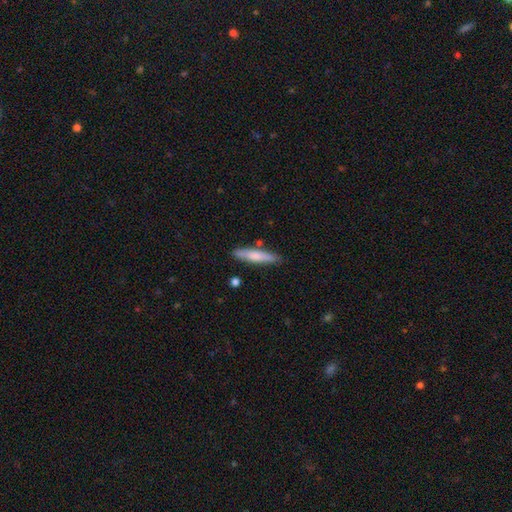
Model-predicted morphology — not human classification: smooth-or-featured: smooth: 70% | featured or disk: 25% | star or artifact: 5%
  how-rounded: cigar-shaped: 88% | in between: 11% | round: 1%
  merging: none: 83% | minor disturbance: 11% | merger: 3% | major disturbance: 2%